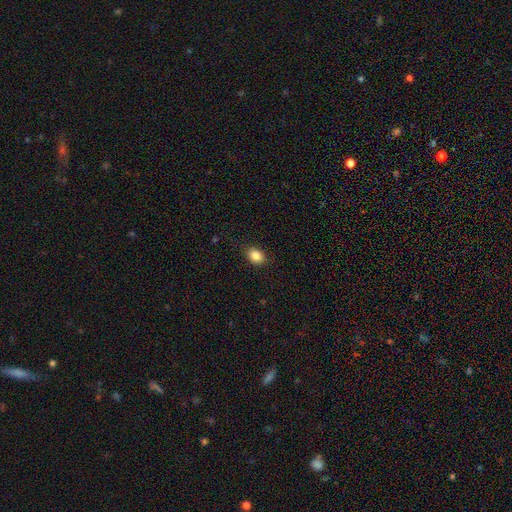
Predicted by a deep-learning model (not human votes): Smooth or featured? Predicted: smooth (p=0.86). How rounded? Predicted: in between (p=0.68). Merging? Predicted: none (p=0.85).